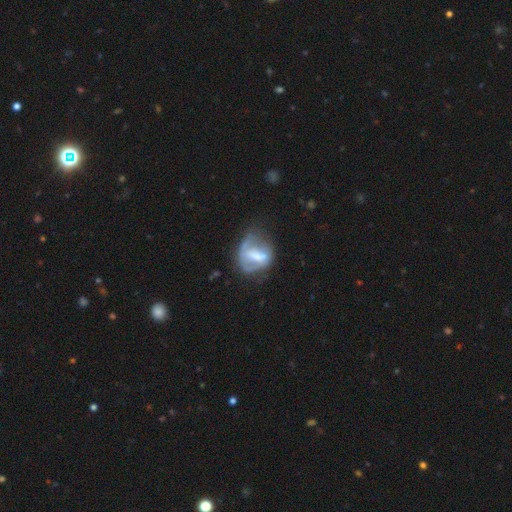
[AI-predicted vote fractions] The model was most divided on "merging": major disturbance: 33%, none: 32%, minor disturbance: 28%, merger: 7%. Remaining: edge-on disk — no (96%); spiral arms — no (59%); smooth or featured — featured or disk (54%); bar — weak (38%); bulge size — moderate (36%).